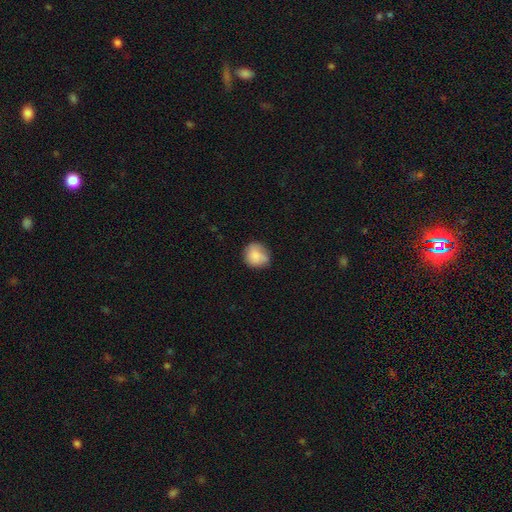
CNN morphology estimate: Q: Smooth or featured?
A: smooth (81%); runner-up: featured or disk (11%)
Q: How rounded?
A: round (84%); runner-up: in between (15%)
Q: Merging?
A: none (69%); runner-up: minor disturbance (24%)